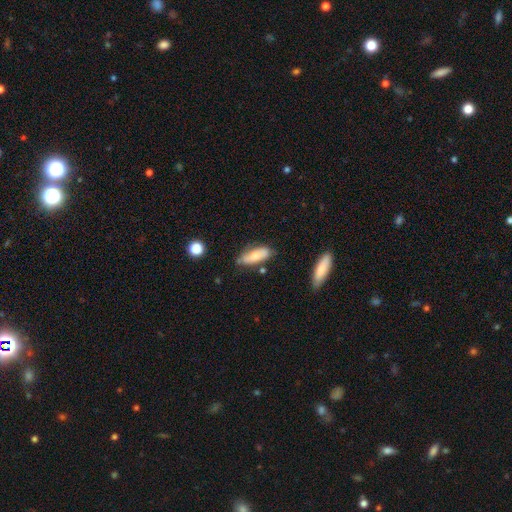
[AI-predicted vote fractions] smooth-or-featured: smooth: 63% | featured or disk: 31% | star or artifact: 7%
  how-rounded: in between: 73% | cigar-shaped: 25% | round: 2%
  merging: none: 69% | minor disturbance: 22% | merger: 5% | major disturbance: 4%